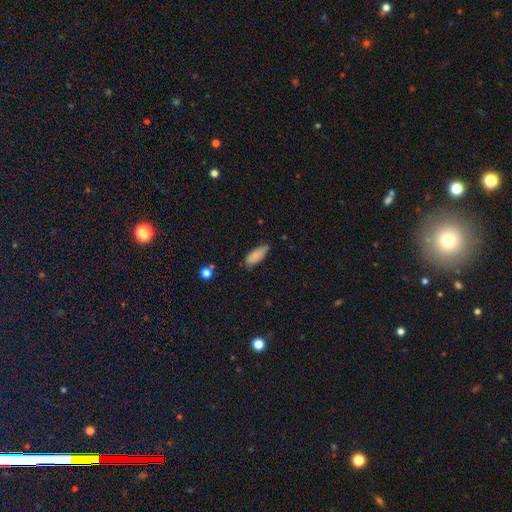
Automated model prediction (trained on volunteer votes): Smooth or featured?
  - smooth: 82% *
  - featured or disk: 11%
  - star or artifact: 7%
How rounded?
  - in between: 80% *
  - cigar-shaped: 18%
  - round: 2%
Merging?
  - none: 67% *
  - minor disturbance: 28%
  - major disturbance: 4%
  - merger: 2%